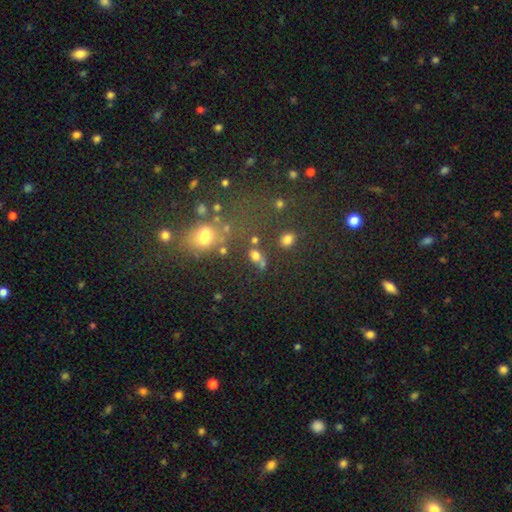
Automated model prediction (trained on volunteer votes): Smooth or featured: smooth — 70% (star or artifact — 18%)
How rounded: in between — 63% (round — 33%)
Merging: none — 54% (merger — 23%)